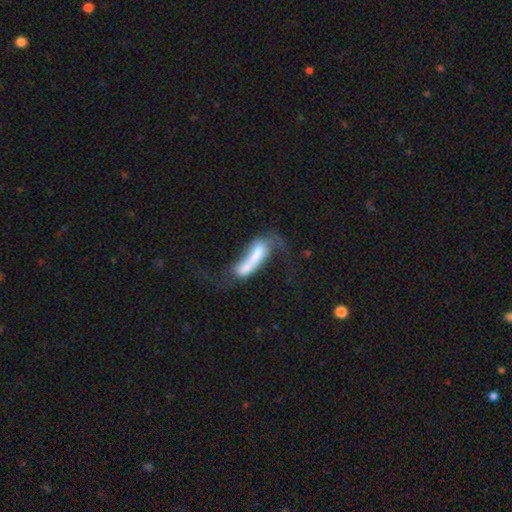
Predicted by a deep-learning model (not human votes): Smooth or featured? Predicted: smooth (p=0.54). How rounded? Predicted: cigar-shaped (p=0.56). Merging? Predicted: merger (p=0.45).